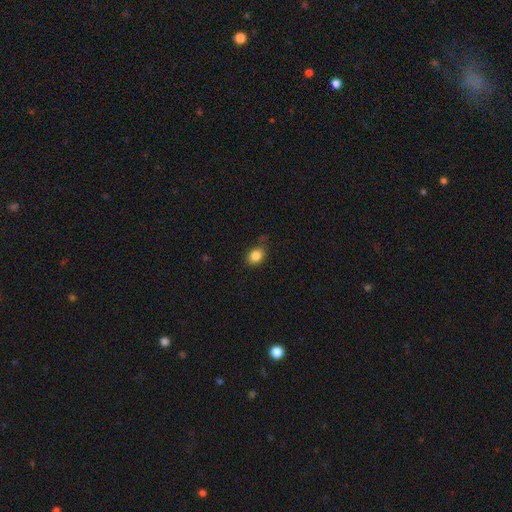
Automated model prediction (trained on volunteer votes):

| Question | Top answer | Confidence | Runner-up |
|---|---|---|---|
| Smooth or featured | smooth | 85% | star or artifact (9%) |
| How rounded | in between | 69% | round (30%) |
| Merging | none | 77% | minor disturbance (17%) |